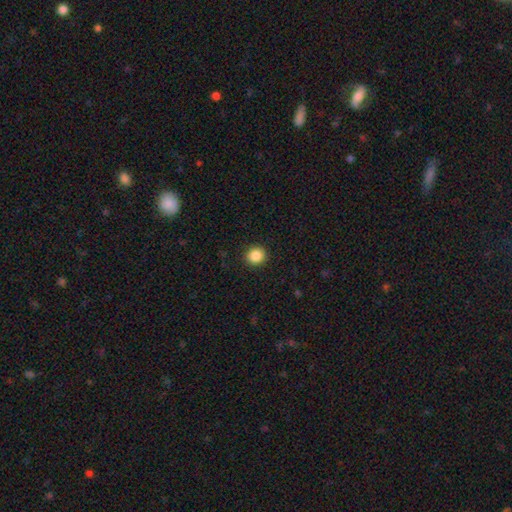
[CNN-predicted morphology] smooth 87%, star or artifact 10%, featured or disk 4%. Down the decision tree: how rounded — round (88%); merging — none (91%).